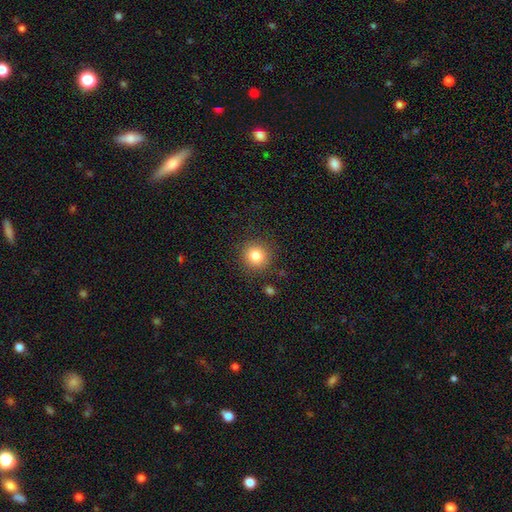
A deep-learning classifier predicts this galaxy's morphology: This is clearly a smooth galaxy (83%). How rounded: clearly round (92%). Merging: clearly none (88%).